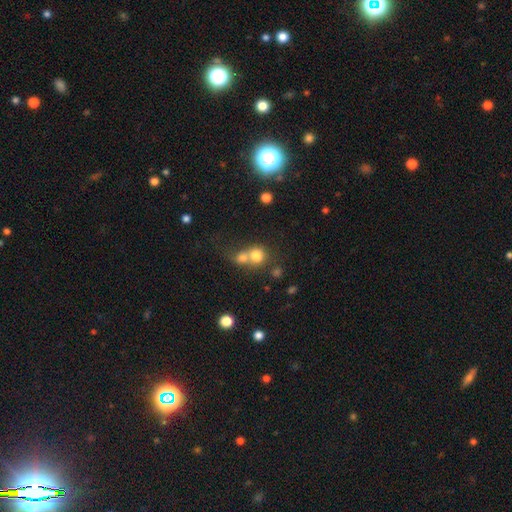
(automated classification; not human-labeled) The model was most divided on "merging": merger: 64%, none: 25%, minor disturbance: 6%, major disturbance: 4%. More confident: how rounded — round (76%); smooth or featured — smooth (74%).